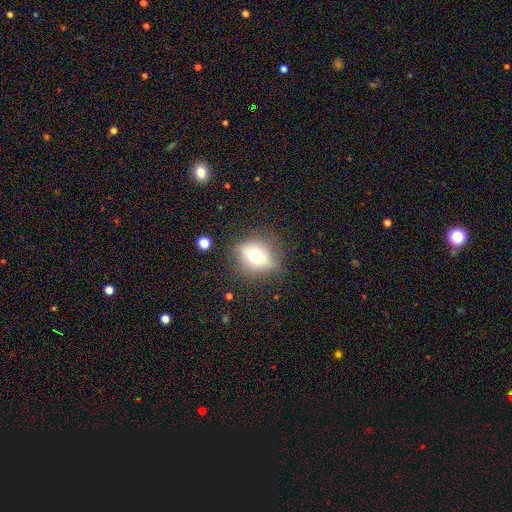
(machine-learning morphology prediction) Smooth or featured: smooth — 57% (featured or disk — 31%)
How rounded: round — 58% (in between — 39%)
Merging: none — 76% (minor disturbance — 16%)